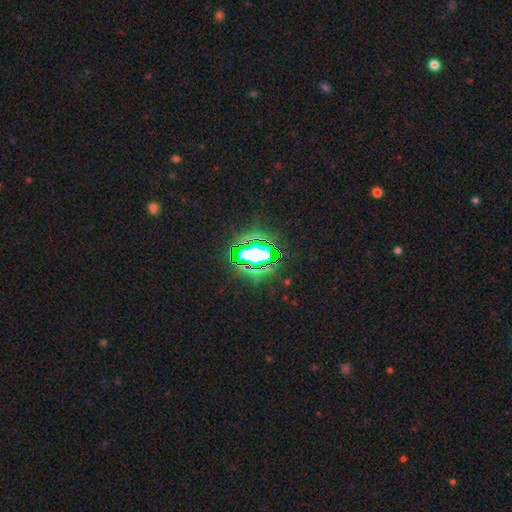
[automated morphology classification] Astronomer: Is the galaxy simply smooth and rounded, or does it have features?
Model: star or artifact — 71%.